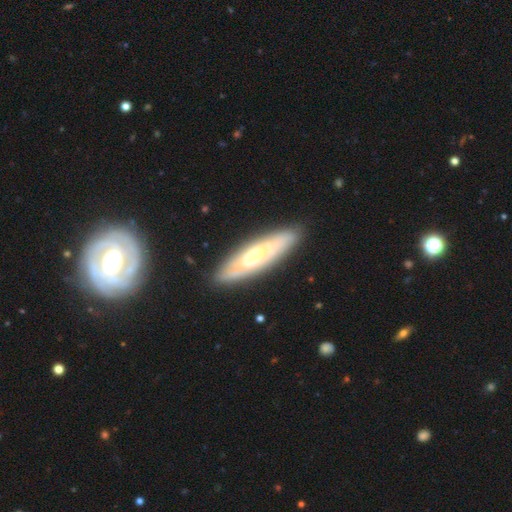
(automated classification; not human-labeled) Smooth or featured: featured or disk — 66% (smooth — 28%)
Edge-on disk: no — 65% (yes — 35%)
Merging: none — 84% (minor disturbance — 11%)